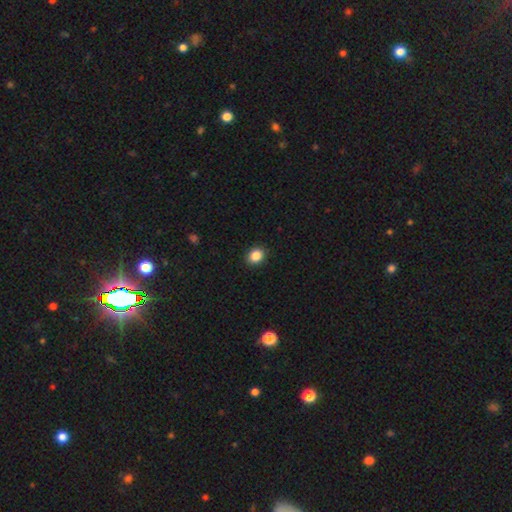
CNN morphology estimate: Q: Smooth or featured?
A: smooth (87%); runner-up: star or artifact (10%)
Q: How rounded?
A: round (57%); runner-up: in between (42%)
Q: Merging?
A: none (91%); runner-up: minor disturbance (7%)